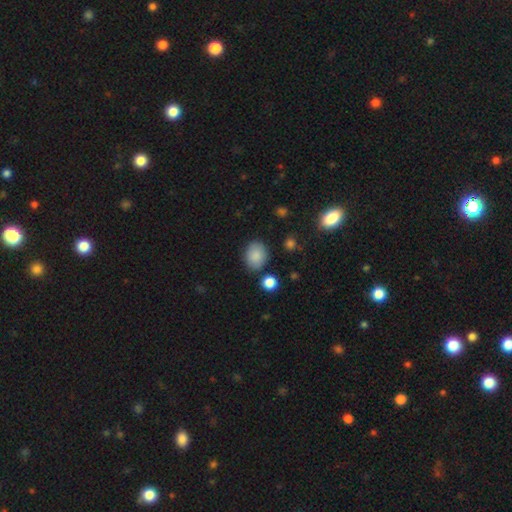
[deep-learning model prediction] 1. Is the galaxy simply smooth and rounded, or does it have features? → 86% smooth, 9% star or artifact, 5% featured or disk.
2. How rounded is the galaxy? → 55% in between, 44% round, 1% cigar-shaped.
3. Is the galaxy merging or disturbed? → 81% none, 12% minor disturbance, 4% merger, 3% major disturbance.